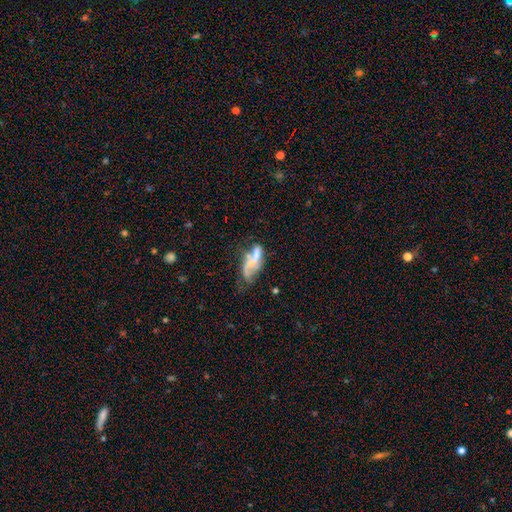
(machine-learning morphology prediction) smooth_or_featured: featured or disk (p=0.52) [alt: smooth p=0.37]
disk_edge_on: no (p=0.89) [alt: yes p=0.11]
merging: major disturbance (p=0.30) [alt: merger p=0.28]